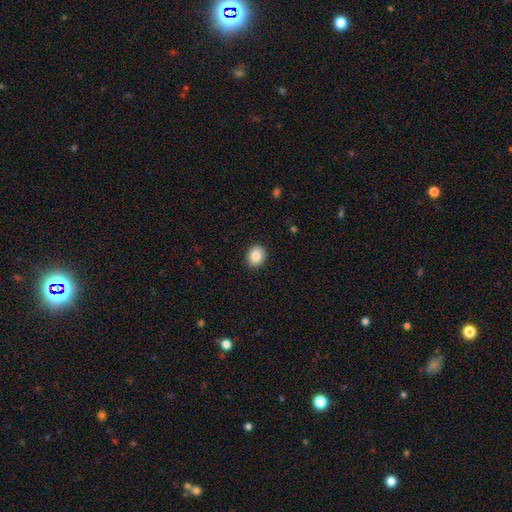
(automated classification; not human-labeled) A smooth galaxy with no disk features (87%) that is round (51%). Merging: none (90%).